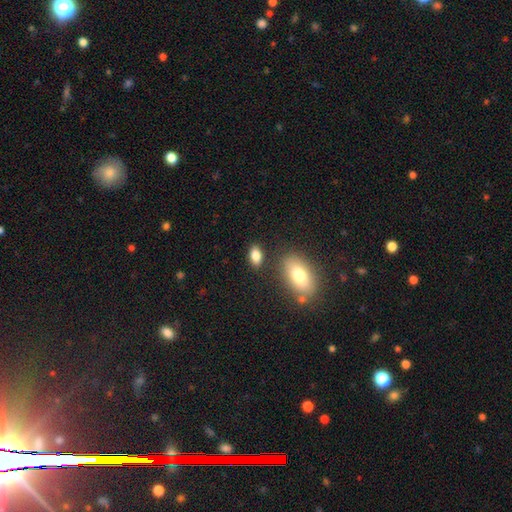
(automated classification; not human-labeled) Smooth or featured: smooth — 83% (star or artifact — 8%)
How rounded: in between — 88% (round — 9%)
Merging: none — 81% (minor disturbance — 11%)